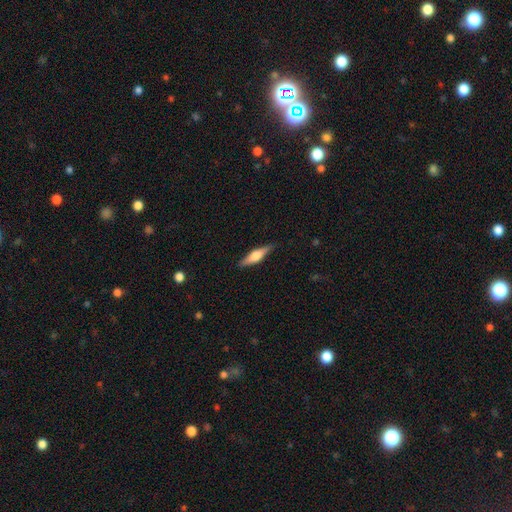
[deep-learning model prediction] smooth_or_featured: featured or disk (p=0.55) [alt: smooth p=0.39]
disk_edge_on: yes (p=0.96) [alt: no p=0.04]
edge_on_bulge: rounded (p=0.88) [alt: boxy p=0.09]
merging: none (p=0.88) [alt: minor disturbance p=0.09]